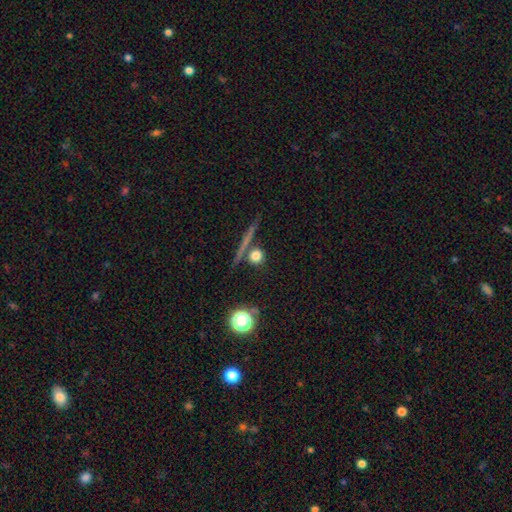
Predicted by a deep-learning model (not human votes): Smooth or featured?
  - smooth: 69% *
  - star or artifact: 17%
  - featured or disk: 13%
How rounded?
  - round: 86% *
  - in between: 8%
  - cigar-shaped: 6%
Merging?
  - none: 77% *
  - merger: 11%
  - minor disturbance: 8%
  - major disturbance: 4%